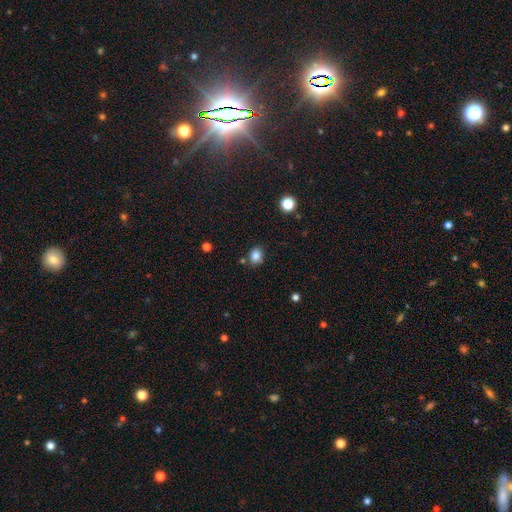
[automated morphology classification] This is clearly a smooth galaxy (83%). How rounded: likely round (64%). Merging: likely none (79%).